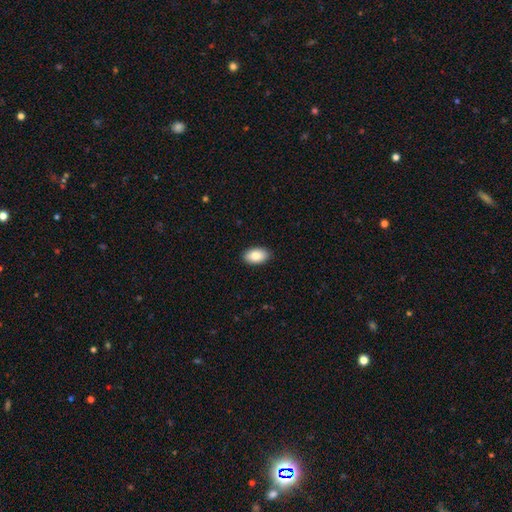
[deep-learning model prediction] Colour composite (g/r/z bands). It shows a smooth galaxy with no disk features (84%) that is in between round and cigar-shaped (93%). Merging: none (90%).